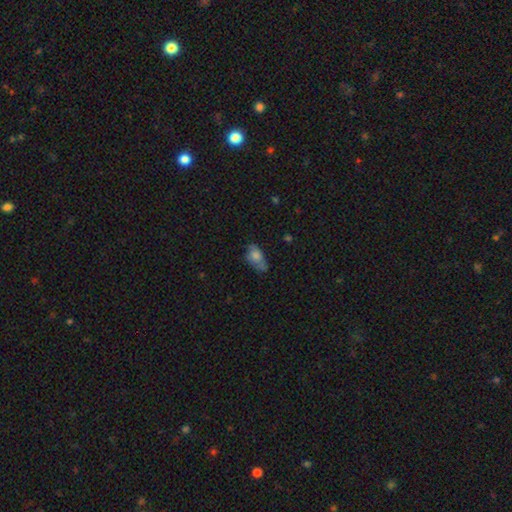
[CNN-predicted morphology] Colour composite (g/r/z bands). It shows a smooth galaxy with no disk features (71%) that is in between round and cigar-shaped (87%). Merging: none (42%).